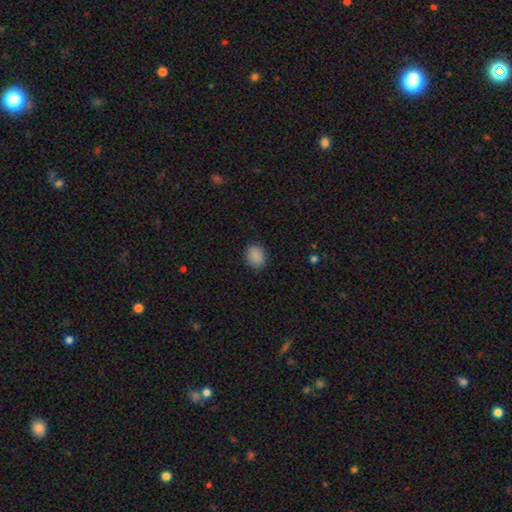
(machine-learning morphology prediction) The model was most divided on "how rounded": round: 52%, in between: 47%, cigar-shaped: 1%. More confident: smooth or featured — smooth (88%); merging — none (88%).